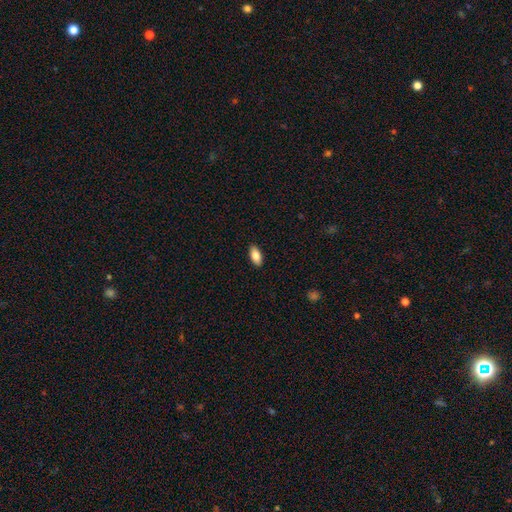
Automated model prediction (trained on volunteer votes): The model was most divided on "smooth or featured": smooth: 84%, featured or disk: 9%, star or artifact: 7%. More confident: how rounded — in between (90%); merging — none (89%).